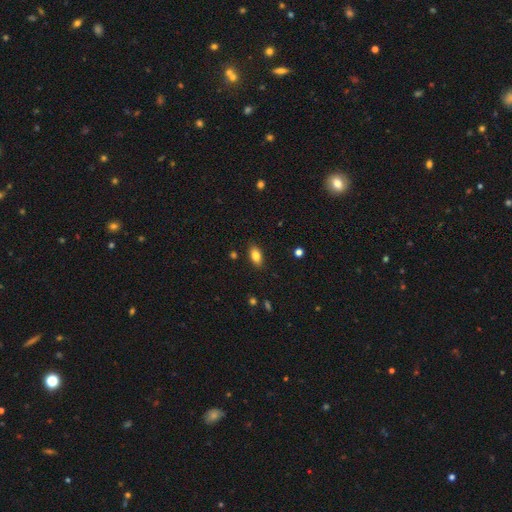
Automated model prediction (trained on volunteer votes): A smooth galaxy with no disk features (83%) that is in between round and cigar-shaped (89%).

Vote fractions:
- Smooth or featured? smooth: 83% / star or artifact: 9% / featured or disk: 8%
- How rounded? in between: 89% / round: 6% / cigar-shaped: 5%
- Merging? none: 87% / minor disturbance: 10% / major disturbance: 2% / merger: 1%